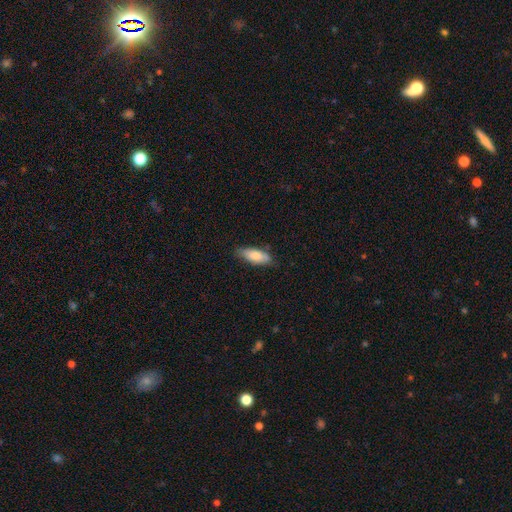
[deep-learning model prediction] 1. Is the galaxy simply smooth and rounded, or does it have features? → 78% smooth, 16% featured or disk, 6% star or artifact.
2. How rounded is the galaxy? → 72% in between, 26% cigar-shaped, 2% round.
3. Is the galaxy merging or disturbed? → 76% none, 19% minor disturbance, 3% major disturbance, 2% merger.